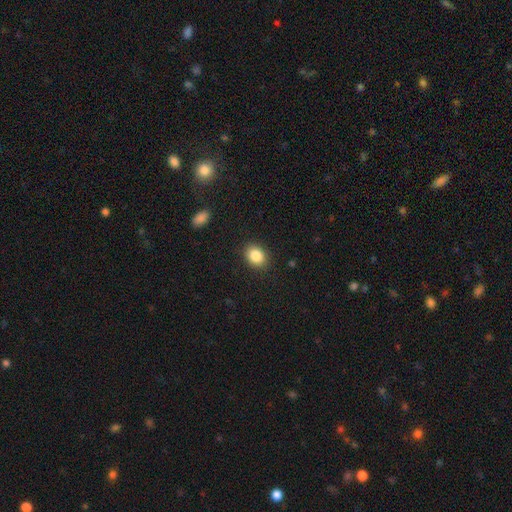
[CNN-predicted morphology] This appears to be a smooth galaxy with no disk features (86%) that is in between round and cigar-shaped (56%). Merging: none (88%).